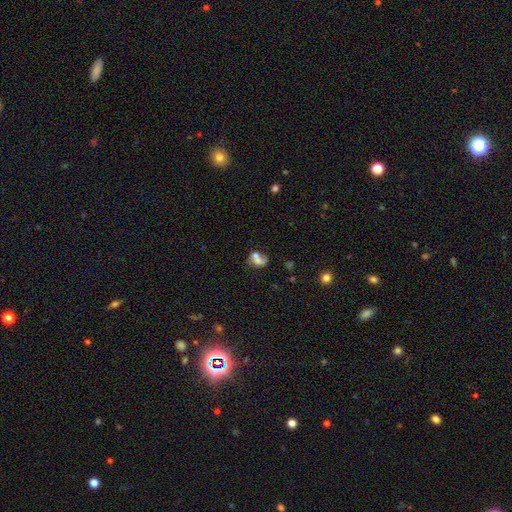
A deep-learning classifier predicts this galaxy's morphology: This is possibly a smooth galaxy (48%). Merging: possibly merger (48%).